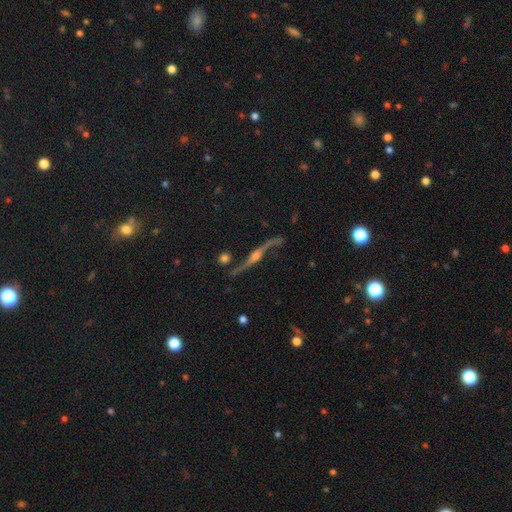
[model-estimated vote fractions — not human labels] This is clearly a featured or disk galaxy (86%). It is likely viewed edge-on (63%). Edge-on bulge: clearly rounded (90%). Merging: likely none (69%).